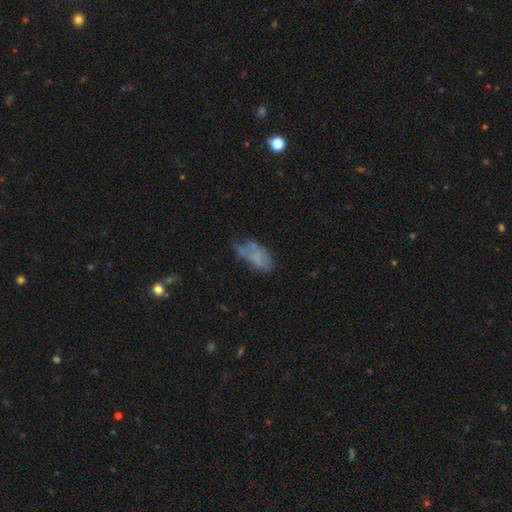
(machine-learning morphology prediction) Smooth or featured? smooth (53%)
How rounded? in between (90%)
Merging? none (35%)